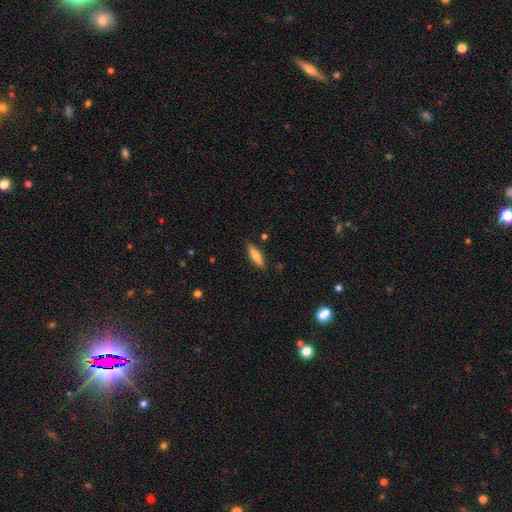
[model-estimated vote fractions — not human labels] smooth-or-featured: smooth: 69% | featured or disk: 25% | star or artifact: 6%
  how-rounded: cigar-shaped: 59% | in between: 39% | round: 2%
  merging: none: 86% | minor disturbance: 10% | major disturbance: 2% | merger: 2%